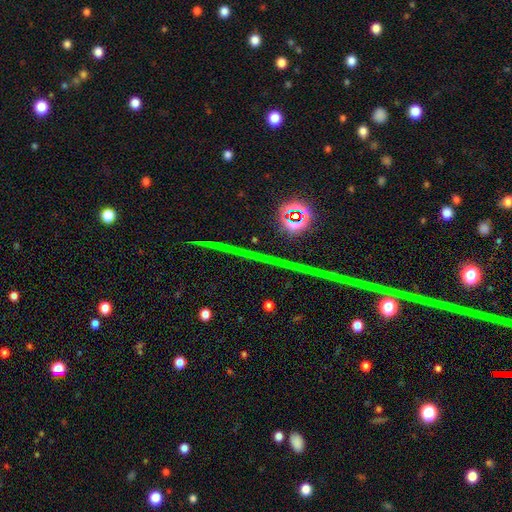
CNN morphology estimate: smooth_or_featured: star or artifact (p=0.81) [alt: featured or disk p=0.10]